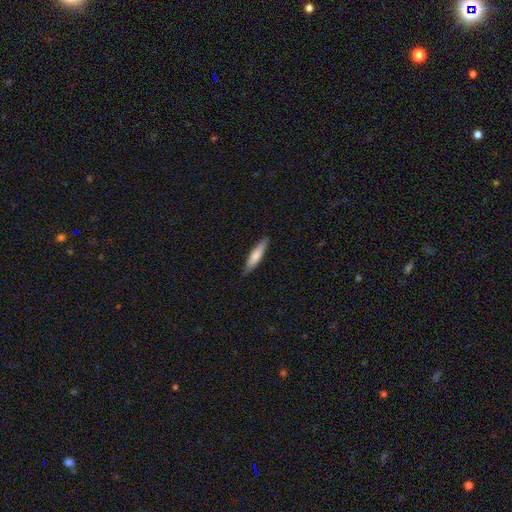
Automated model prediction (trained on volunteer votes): Overall: smooth (74%). How rounded: cigar-shaped (80%). Merging: none (85%).